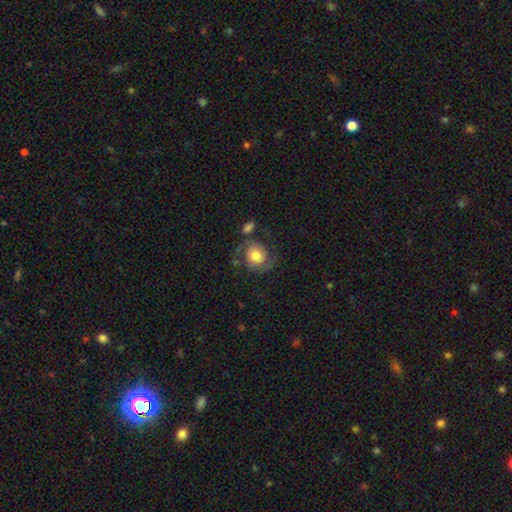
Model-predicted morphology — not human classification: Overall: featured or disk (61%; smooth 31%). Edge-on disk: no (98%). Bar: no (77%). Spiral arms: yes (90%). Spiral arm count: 2 (90%). Spiral winding: medium (45%; loose 32%). Bulge size: moderate (45%; large 37%). Merging: none (61%).